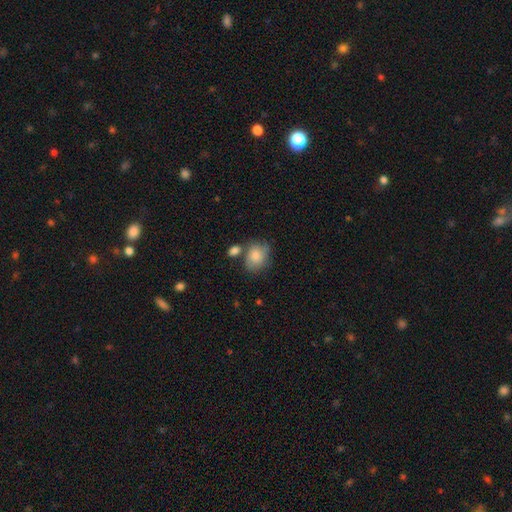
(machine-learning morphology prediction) Q: Smooth or featured?
A: smooth (76%); runner-up: featured or disk (16%)
Q: How rounded?
A: in between (54%); runner-up: round (45%)
Q: Merging?
A: none (51%); runner-up: minor disturbance (23%)